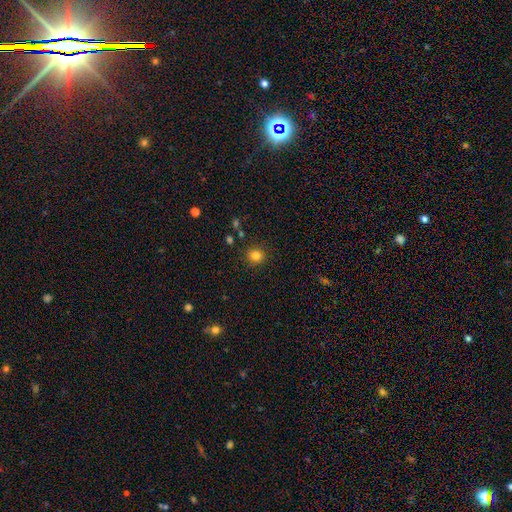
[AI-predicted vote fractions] This is clearly a smooth galaxy (82%). How rounded: clearly round (88%). Merging: clearly none (89%).